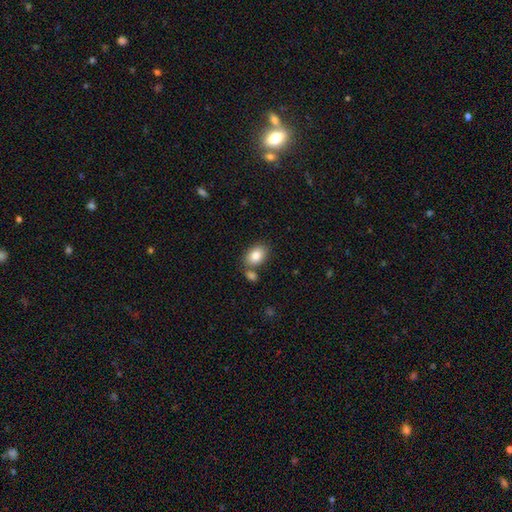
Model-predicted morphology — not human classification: Smooth or featured? Predicted: smooth (p=0.84). How rounded? Predicted: in between (p=0.83). Merging? Predicted: none (p=0.65).